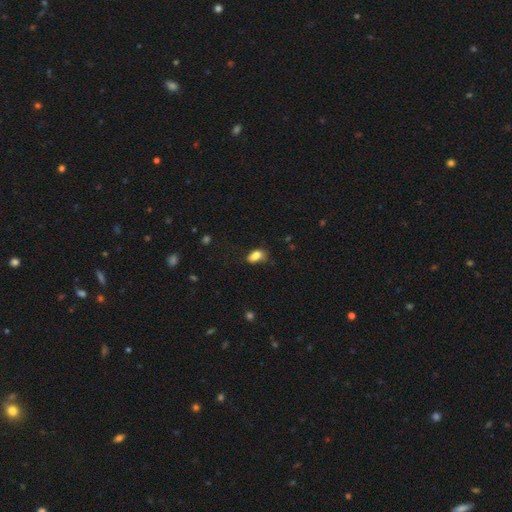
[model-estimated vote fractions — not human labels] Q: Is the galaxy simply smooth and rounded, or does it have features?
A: smooth — 83%.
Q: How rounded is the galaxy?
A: in between — 88%.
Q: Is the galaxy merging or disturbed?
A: none — 49%.